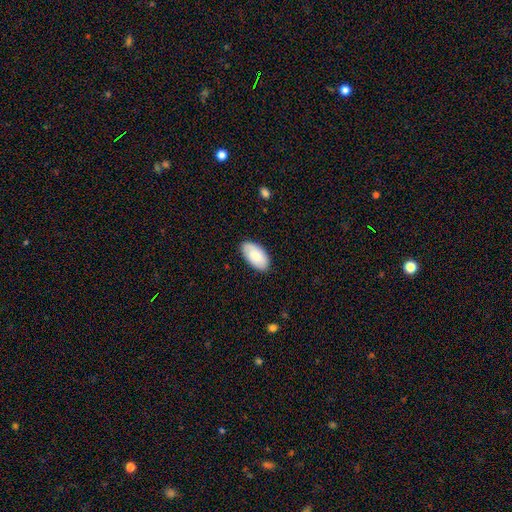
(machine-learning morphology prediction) smooth_or_featured: smooth (p=0.84) [alt: featured or disk p=0.11]
how_rounded: in between (p=0.96) [alt: round p=0.02]
merging: none (p=0.84) [alt: minor disturbance p=0.12]